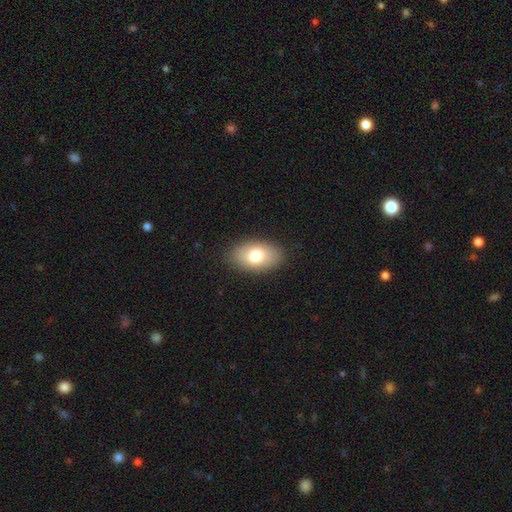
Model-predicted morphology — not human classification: Smooth or featured? Predicted: smooth (p=0.77). How rounded? Predicted: in between (p=0.91). Merging? Predicted: none (p=0.87).